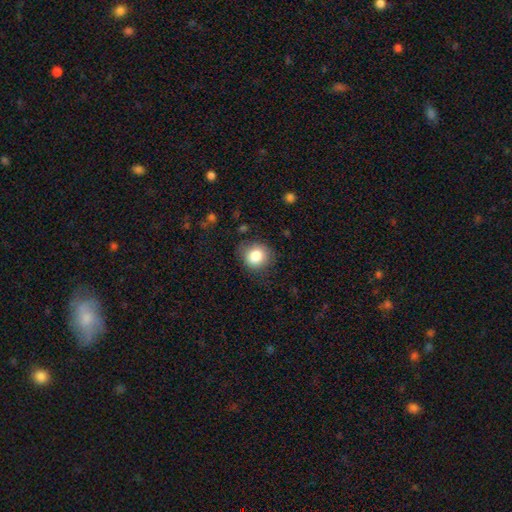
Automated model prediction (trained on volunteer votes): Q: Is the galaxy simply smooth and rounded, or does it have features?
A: smooth — 83%.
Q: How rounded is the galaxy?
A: round — 84%.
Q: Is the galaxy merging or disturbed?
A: none — 79%.